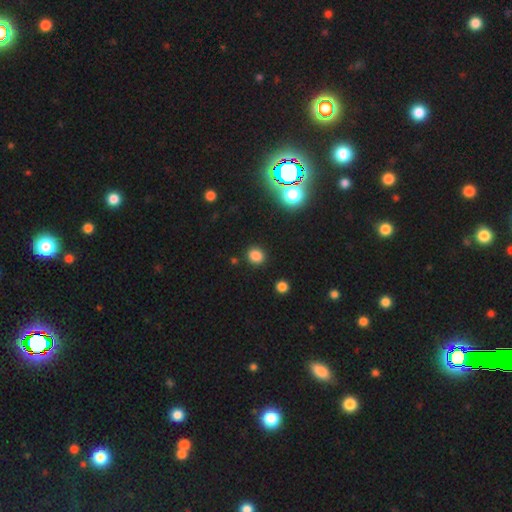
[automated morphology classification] This is clearly a smooth galaxy (81%). How rounded: likely round (76%). Merging: clearly none (89%).